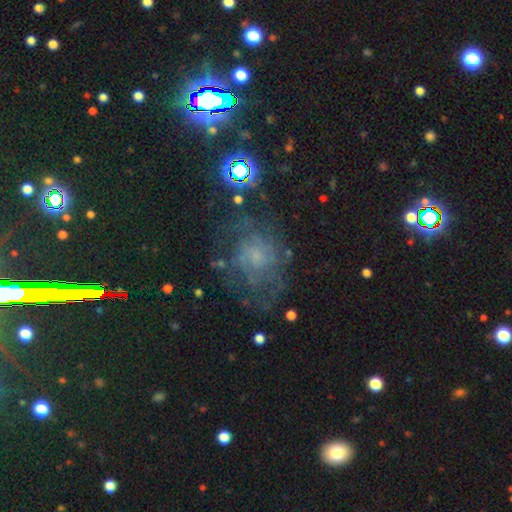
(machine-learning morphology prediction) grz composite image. It shows a featured or disk galaxy (56%) with no bar (81%), spiral arms (68%) and a small central bulge (45%). Merging: none (58%).